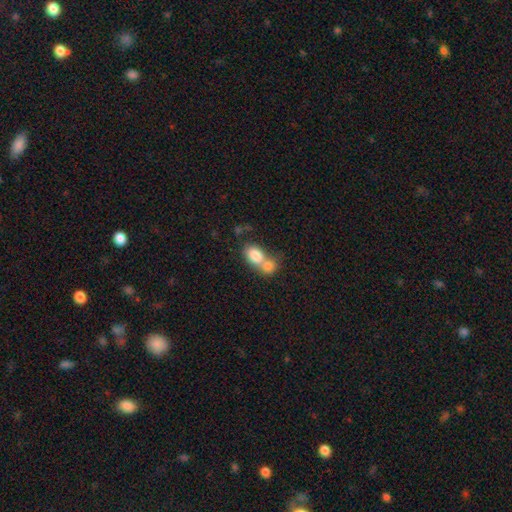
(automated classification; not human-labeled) Smooth or featured: smooth — 80% (featured or disk — 12%)
How rounded: in between — 74% (round — 25%)
Merging: merger — 66% (none — 24%)